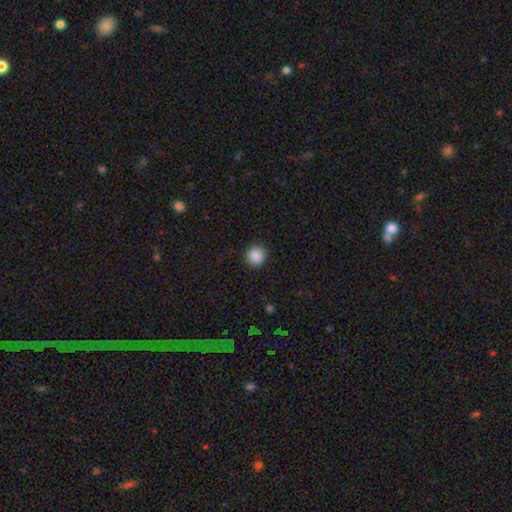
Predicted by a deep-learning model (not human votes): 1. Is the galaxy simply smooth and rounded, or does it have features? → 88% smooth, 9% star or artifact, 3% featured or disk.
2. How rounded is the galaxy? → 89% round, 10% in between, 1% cigar-shaped.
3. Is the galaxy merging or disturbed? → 90% none, 7% minor disturbance, 2% major disturbance, 1% merger.